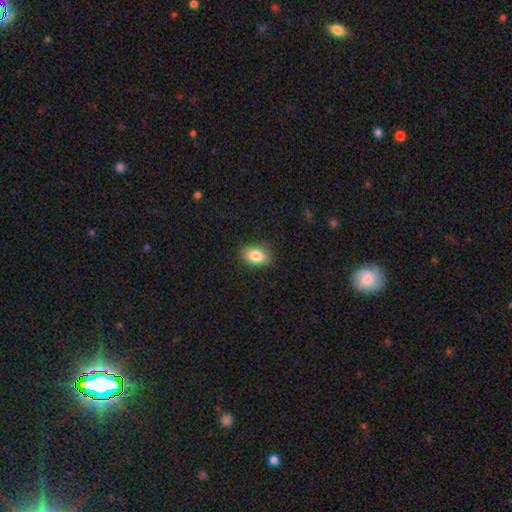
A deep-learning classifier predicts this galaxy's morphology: Smooth or featured?
  - smooth: 84% *
  - star or artifact: 8%
  - featured or disk: 8%
How rounded?
  - in between: 89% *
  - round: 9%
  - cigar-shaped: 2%
Merging?
  - none: 87% *
  - minor disturbance: 9%
  - major disturbance: 2%
  - merger: 1%